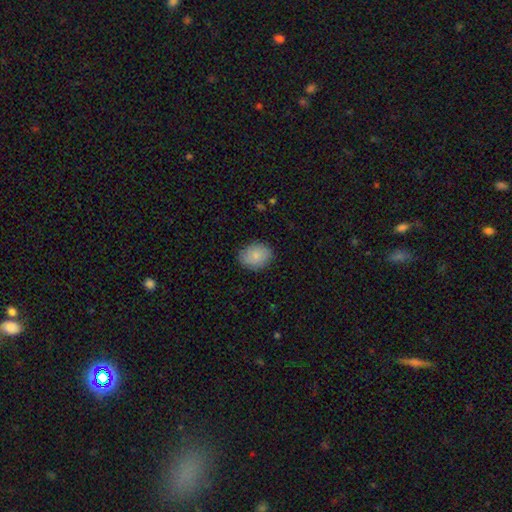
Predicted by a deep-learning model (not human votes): A smooth galaxy with no disk features (85%) that is in between round and cigar-shaped (56%). Merging: none (83%).